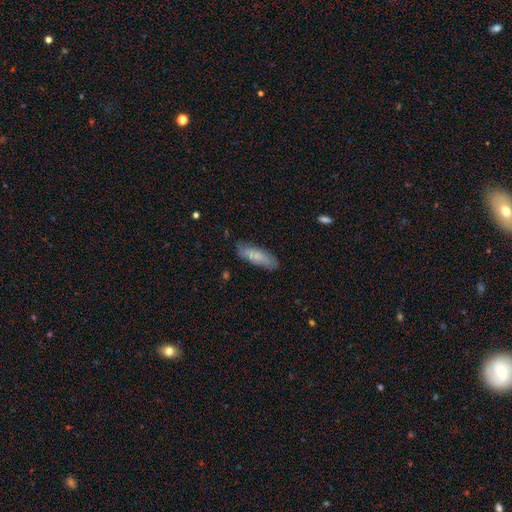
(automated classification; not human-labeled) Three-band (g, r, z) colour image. It shows a smooth galaxy with no disk features (75%) that is in between round and cigar-shaped (51%). Merging: none (77%).